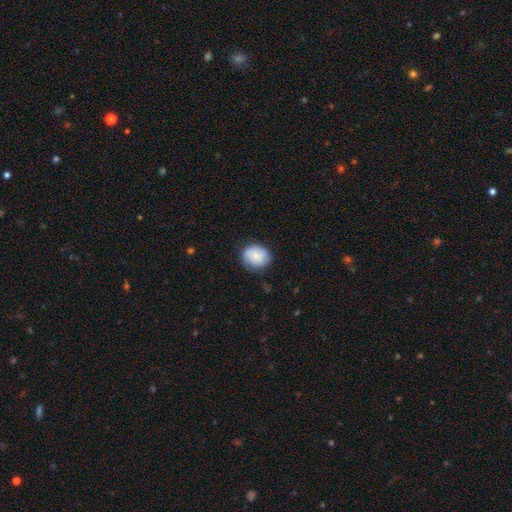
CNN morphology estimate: A smooth galaxy with no disk features (72%) that is round (70%).

Vote fractions:
- Smooth or featured? smooth: 72% / featured or disk: 21% / star or artifact: 7%
- How rounded? round: 70% / in between: 29% / cigar-shaped: 1%
- Merging? none: 71% / minor disturbance: 22% / major disturbance: 6% / merger: 1%